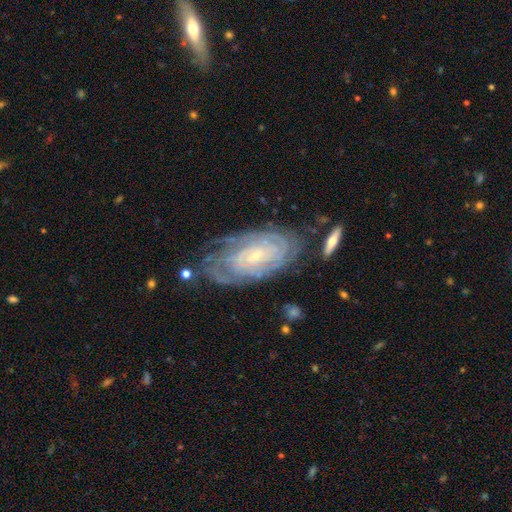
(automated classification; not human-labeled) smooth-or-featured: featured or disk: 83% | smooth: 11% | star or artifact: 6%
  disk-edge-on: no: 94% | yes: 6%
    bar: no: 66% | weak: 27% | strong: 7%
    has-spiral-arms: yes: 93% | no: 7%
      spiral-winding: tight: 80% | medium: 16% | loose: 4%
      spiral-arm-count: can't tell: 48% | 4: 15% | 2: 13% | 3: 11% | more than 4: 8% | 1: 5%
    bulge-size: small: 79% | moderate: 17% | none: 2% | large: 1% | dominant: 1%
  merging: none: 66% | minor disturbance: 21% | major disturbance: 8% | merger: 5%